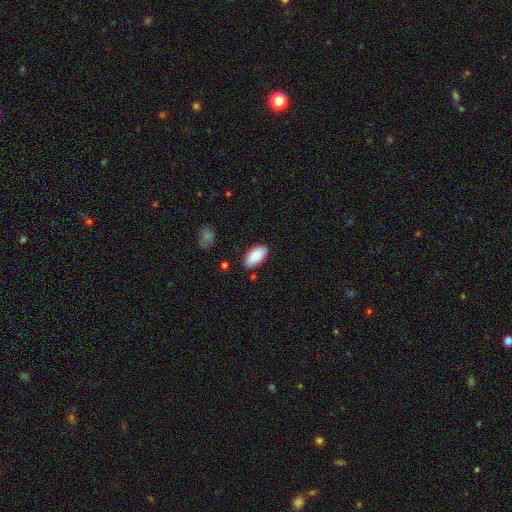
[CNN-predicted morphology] smooth 87%, featured or disk 7%, star or artifact 6%. Down the decision tree: how rounded — in between (95%); merging — none (86%).